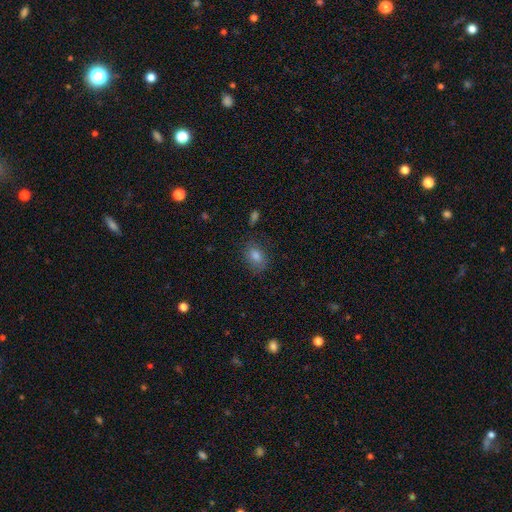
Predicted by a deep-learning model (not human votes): Overall: smooth (76%). How rounded: in between (72%). Merging: none (78%).